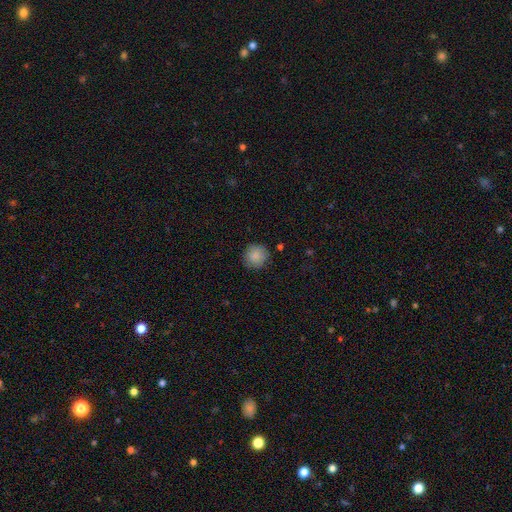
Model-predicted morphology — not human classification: This appears to be a smooth galaxy with no disk features (86%) that is round (91%). Merging: none (84%).